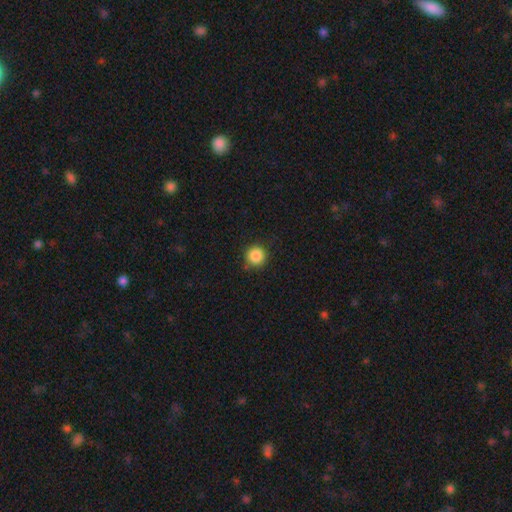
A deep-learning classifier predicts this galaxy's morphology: smooth-or-featured: smooth: 87% | star or artifact: 10% | featured or disk: 3%
  how-rounded: round: 94% | in between: 5% | cigar-shaped: 1%
  merging: none: 86% | minor disturbance: 10% | major disturbance: 2% | merger: 2%